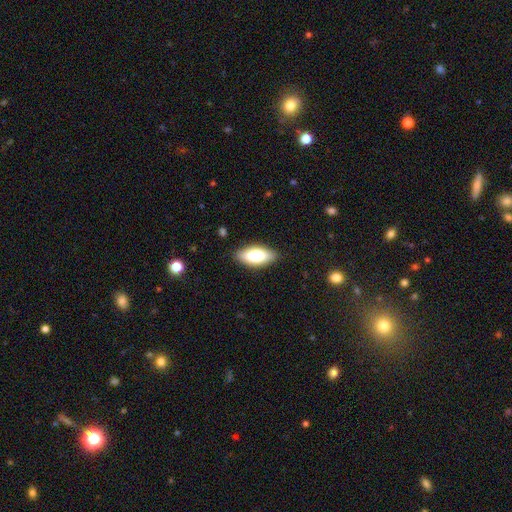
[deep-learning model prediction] smooth 77%, featured or disk 16%, star or artifact 6%. Down the decision tree: how rounded — in between (84%); merging — none (86%).